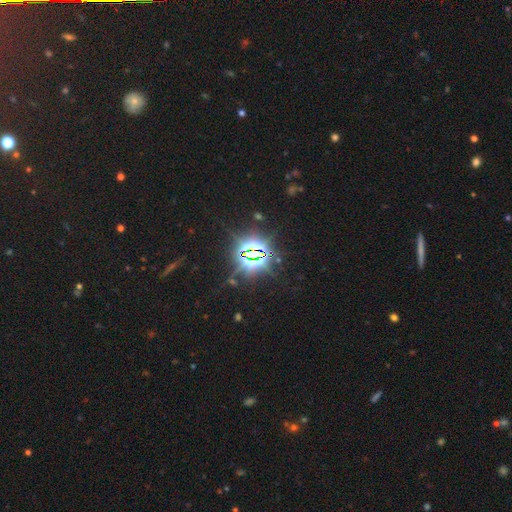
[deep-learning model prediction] A star or artifact, not a galaxy (84%).